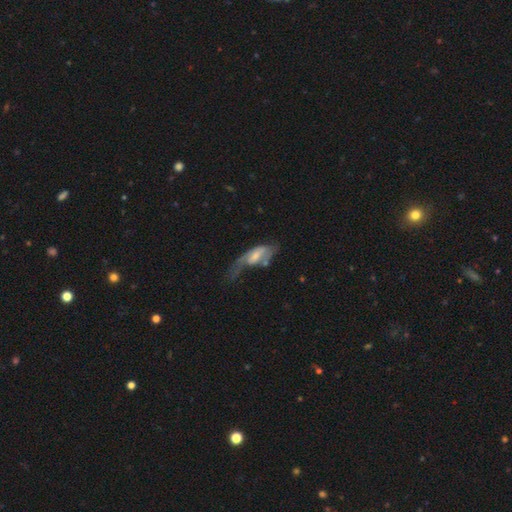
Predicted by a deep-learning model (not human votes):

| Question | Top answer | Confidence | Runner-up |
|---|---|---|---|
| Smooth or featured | featured or disk | 58% | smooth (35%) |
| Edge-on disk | no | 89% | yes (11%) |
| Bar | weak | 41% | no (38%) |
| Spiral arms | yes | 73% | no (27%) |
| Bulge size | moderate | 37% | small (34%) |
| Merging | major disturbance | 50% | none (21%) |